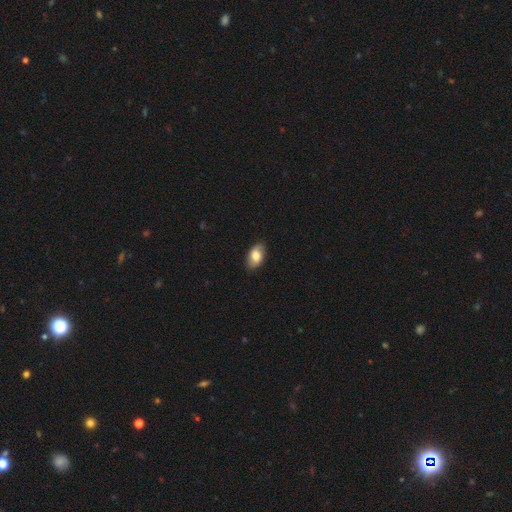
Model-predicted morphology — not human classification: Smooth or featured?
  - smooth: 76% *
  - featured or disk: 18%
  - star or artifact: 7%
How rounded?
  - in between: 92% *
  - round: 6%
  - cigar-shaped: 2%
Merging?
  - none: 85% *
  - minor disturbance: 11%
  - major disturbance: 2%
  - merger: 1%